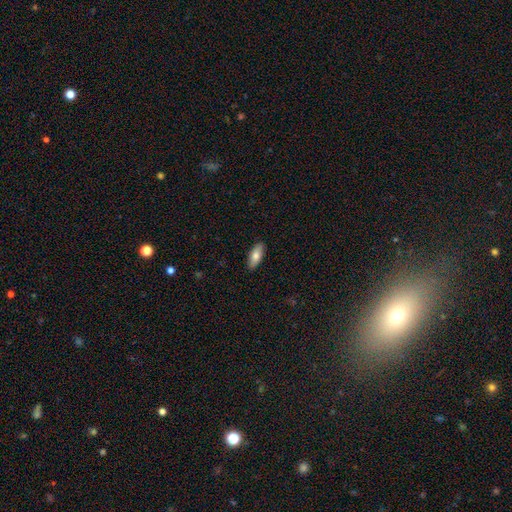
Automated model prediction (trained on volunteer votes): This appears to be a smooth galaxy with no disk features (77%) that is in between round and cigar-shaped (82%). Merging: none (89%).